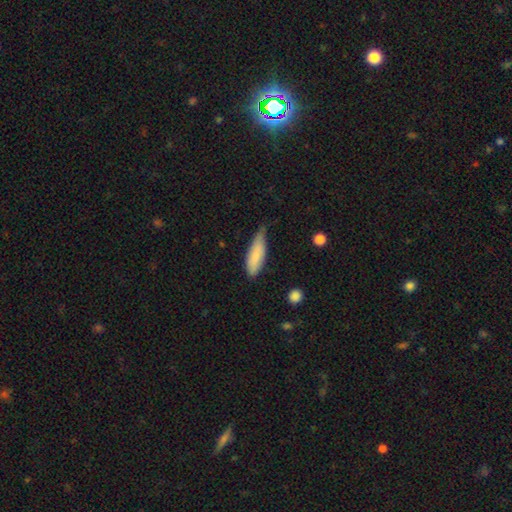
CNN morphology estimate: The model was most divided on "how rounded": in between: 51%, cigar-shaped: 47%, round: 2%. Remaining: smooth or featured — smooth (81%); merging — minor disturbance (47%).